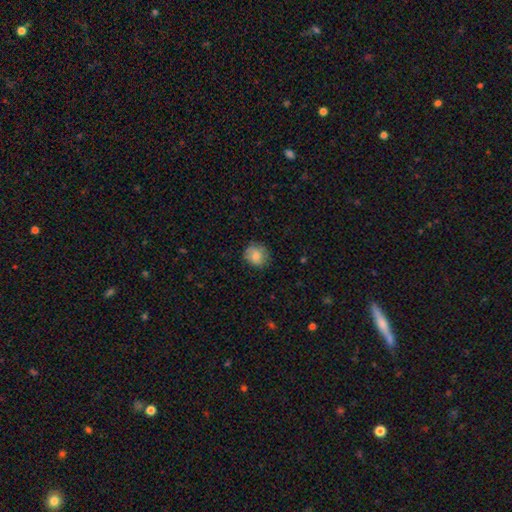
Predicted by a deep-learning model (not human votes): Overall: smooth (78%). How rounded: round (73%). Merging: none (72%).